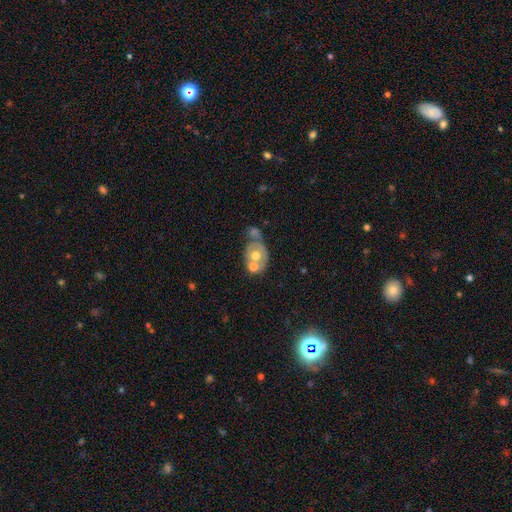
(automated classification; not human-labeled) Smooth or featured? Predicted: featured or disk (p=0.54). Edge-on disk? Predicted: no (p=0.95). Bar? Predicted: no (p=0.90). Spiral arms? Predicted: no (p=0.79). Bulge size? Predicted: moderate (p=0.73). Merging? Predicted: merger (p=0.44).